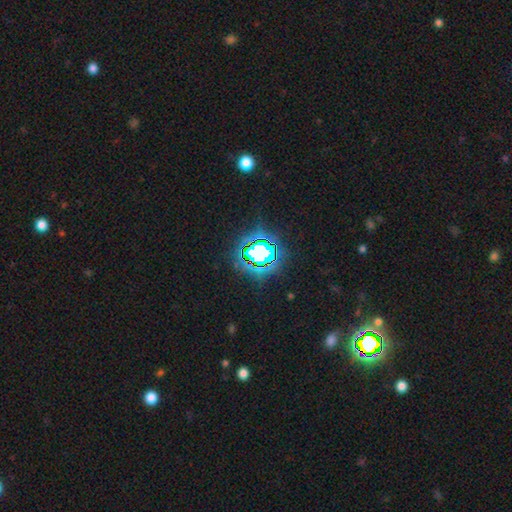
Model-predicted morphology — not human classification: Smooth or featured?
  - star or artifact: 78% *
  - smooth: 13%
  - featured or disk: 9%